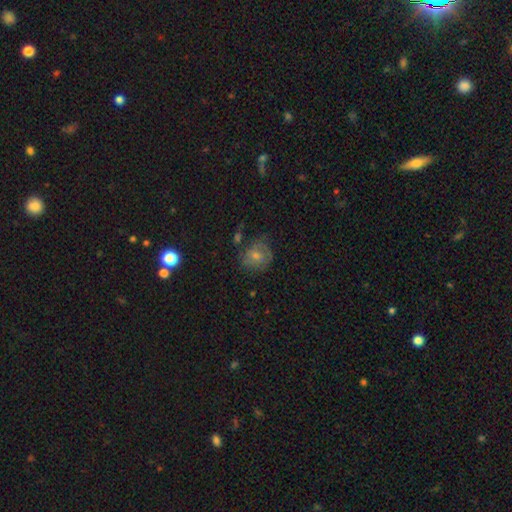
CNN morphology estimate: type=featured or disk (42%); merging=none (65%).